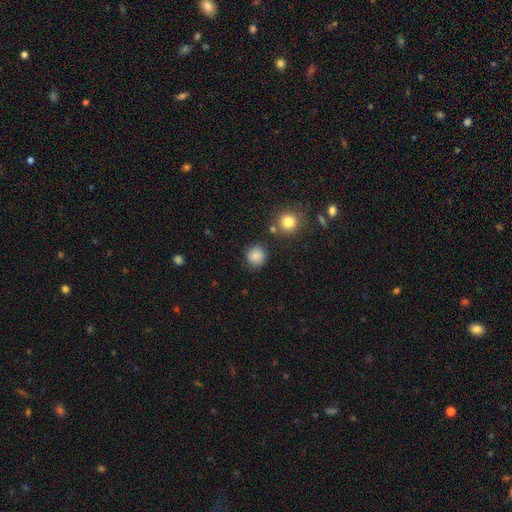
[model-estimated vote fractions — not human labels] smooth 85%, star or artifact 10%, featured or disk 5%. Down the decision tree: how rounded — round (90%); merging — none (82%).